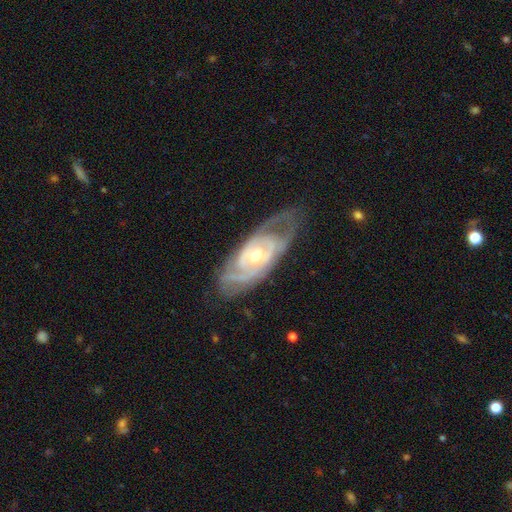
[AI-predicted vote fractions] Overall: featured or disk (86%). Edge-on disk: no (91%). Bar: no (65%; weak 27%). Spiral arms: yes (91%). Spiral arm count: 2 (38%; can't tell 35%). Spiral winding: tight (67%; medium 27%). Bulge size: moderate (61%; small 34%). Merging: none (65%).